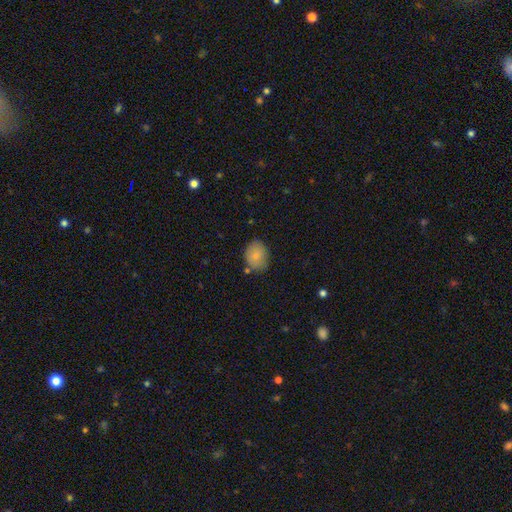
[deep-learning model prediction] Morphology: type=smooth (84%); roundness=in between (59%); merging=none (74%).